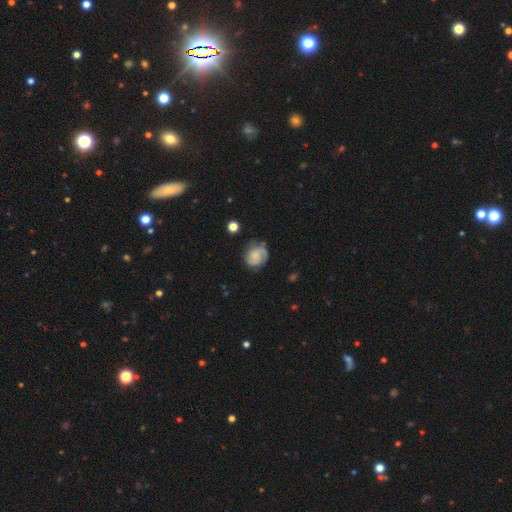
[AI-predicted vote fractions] A featured or disk galaxy (47%).

Vote fractions:
- Smooth or featured? featured or disk: 47% / smooth: 44% / star or artifact: 9%
- Merging? none: 63% / minor disturbance: 24% / major disturbance: 11% / merger: 2%